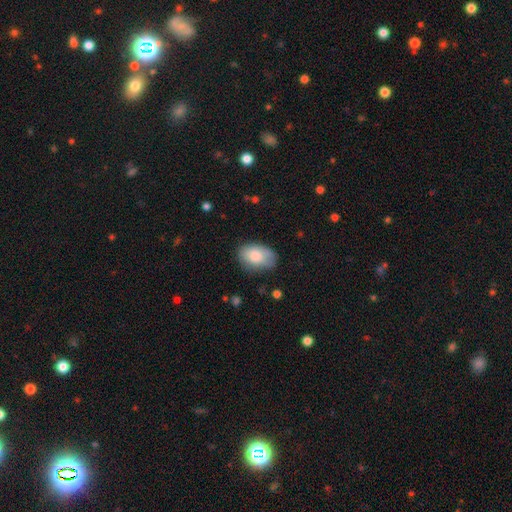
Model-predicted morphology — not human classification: smooth_or_featured: smooth (p=0.82) [alt: featured or disk p=0.12]
how_rounded: in between (p=0.87) [alt: round p=0.12]
merging: none (p=0.69) [alt: minor disturbance p=0.23]